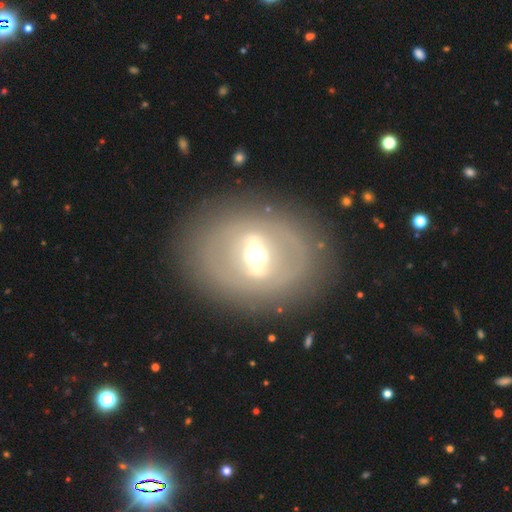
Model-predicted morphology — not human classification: smooth_or_featured: featured or disk (p=0.74) [alt: smooth p=0.18]
disk_edge_on: no (p=0.87) [alt: yes p=0.13]
bar: strong (p=0.60) [alt: weak p=0.29]
has_spiral_arms: no (p=0.75) [alt: yes p=0.25]
bulge_size: moderate (p=0.67) [alt: large p=0.18]
merging: none (p=0.82) [alt: minor disturbance p=0.11]